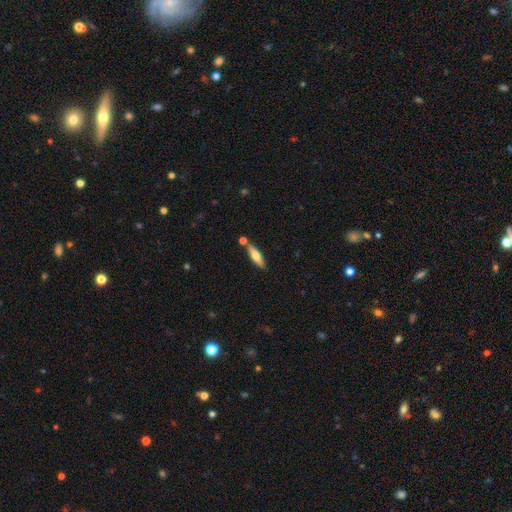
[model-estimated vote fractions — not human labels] This is possibly a smooth galaxy (57%). How rounded: likely cigar-shaped (64%). Merging: likely none (77%).